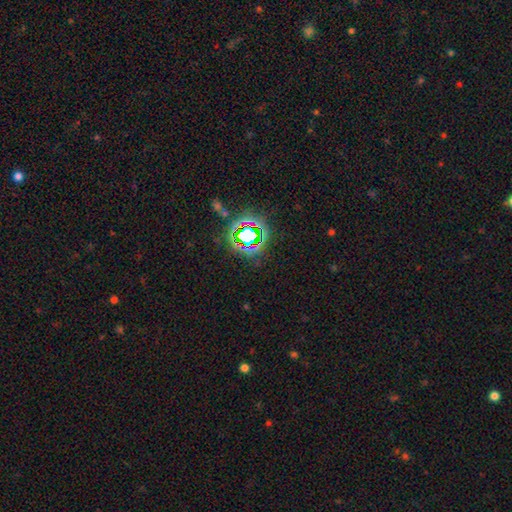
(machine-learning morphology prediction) This appears to be a star or artifact, not a galaxy (79%).